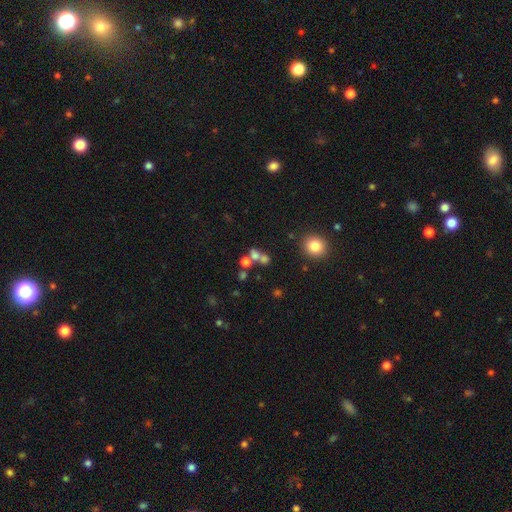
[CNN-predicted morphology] Overall: smooth (62%). How rounded: round (61%; in between 36%). Merging: merger (49%; none 36%).